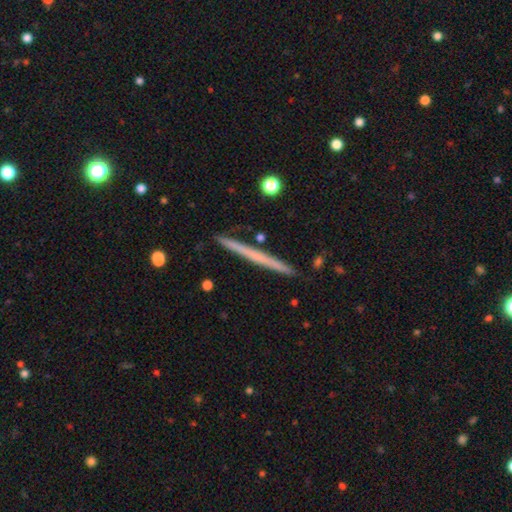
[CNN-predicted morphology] Smooth or featured: featured or disk — 51% (smooth — 42%)
Edge-on disk: yes — 98% (no — 2%)
Edge-on bulge: none — 88% (rounded — 9%)
Merging: none — 92% (minor disturbance — 6%)